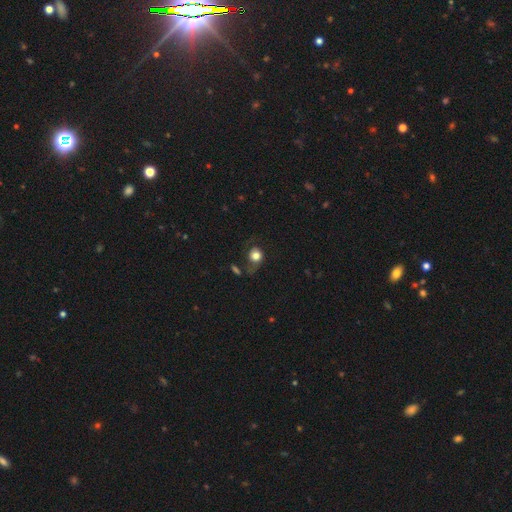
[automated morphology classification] A smooth galaxy with no disk features (73%) that is round (73%).

Vote fractions:
- Smooth or featured? smooth: 73% / featured or disk: 17% / star or artifact: 10%
- How rounded? round: 73% / in between: 26% / cigar-shaped: 1%
- Merging? none: 46% / major disturbance: 25% / minor disturbance: 23% / merger: 6%